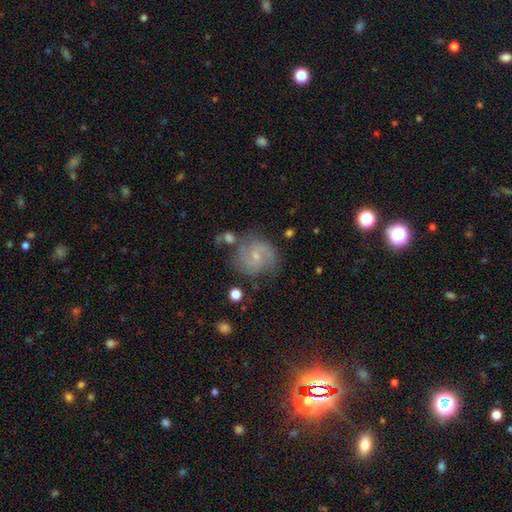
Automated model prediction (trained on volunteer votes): Q: Smooth or featured?
A: featured or disk (67%); runner-up: smooth (23%)
Q: Edge-on disk?
A: no (98%); runner-up: yes (2%)
Q: Bar?
A: no (55%); runner-up: weak (39%)
Q: Spiral arms?
A: yes (89%); runner-up: no (11%)
Q: Spiral winding?
A: medium (45%); runner-up: tight (35%)
Q: Spiral arm count?
A: 2 (57%); runner-up: can't tell (22%)
Q: Bulge size?
A: small (73%); runner-up: moderate (21%)
Q: Merging?
A: none (62%); runner-up: minor disturbance (21%)